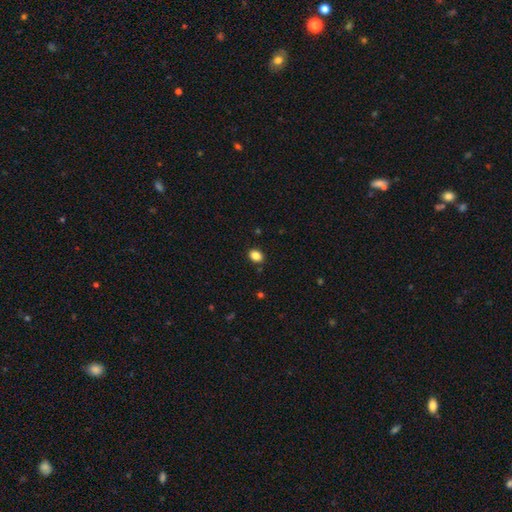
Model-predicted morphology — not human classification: smooth-or-featured: smooth: 85% | star or artifact: 10% | featured or disk: 4%
  how-rounded: in between: 65% | round: 34% | cigar-shaped: 1%
  merging: none: 89% | minor disturbance: 8% | major disturbance: 2% | merger: 1%